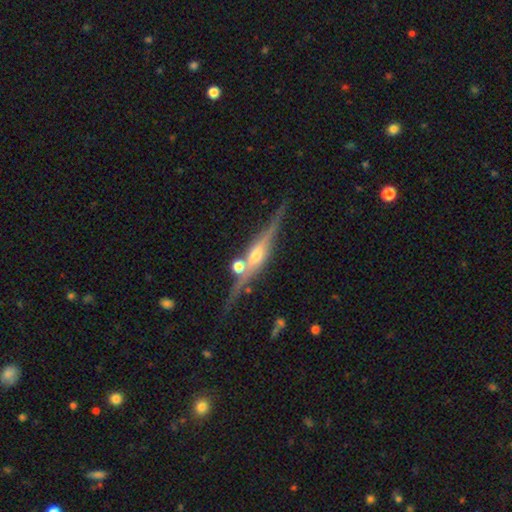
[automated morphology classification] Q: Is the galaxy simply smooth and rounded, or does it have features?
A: featured or disk — 84%.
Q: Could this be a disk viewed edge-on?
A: yes — 97%.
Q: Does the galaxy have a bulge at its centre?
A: rounded — 85%.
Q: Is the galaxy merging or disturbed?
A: none — 80%.